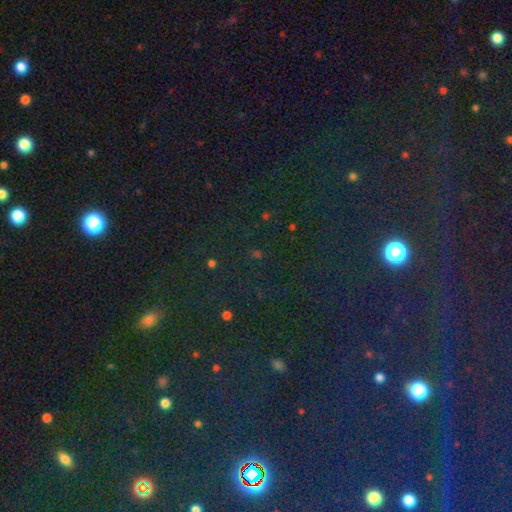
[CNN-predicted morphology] This appears to be a star or artifact, not a galaxy (72%).